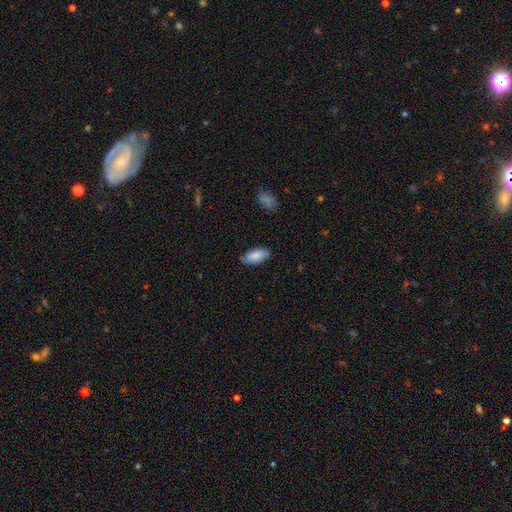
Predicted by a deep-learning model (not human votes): A smooth galaxy with no disk features (86%) that is in between round and cigar-shaped (91%). Merging: none (81%).